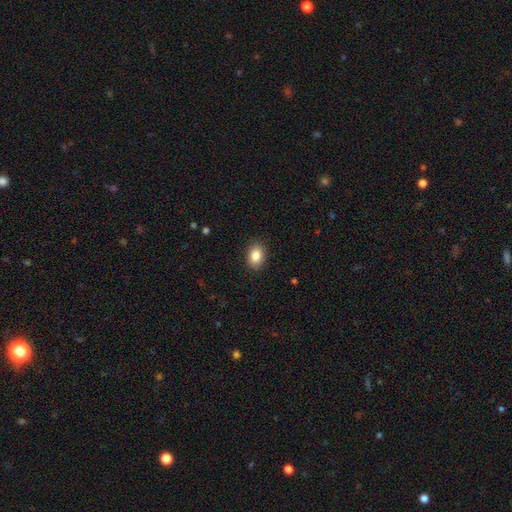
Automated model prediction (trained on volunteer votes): A smooth galaxy with no disk features (85%) that is in between round and cigar-shaped (78%). Merging: none (89%).